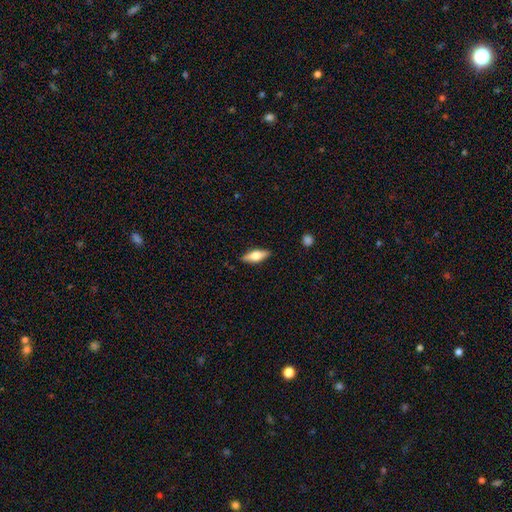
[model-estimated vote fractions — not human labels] smooth-or-featured: smooth: 51% | featured or disk: 43% | star or artifact: 6%
  how-rounded: in between: 64% | cigar-shaped: 32% | round: 3%
  merging: none: 87% | minor disturbance: 10% | major disturbance: 2% | merger: 1%